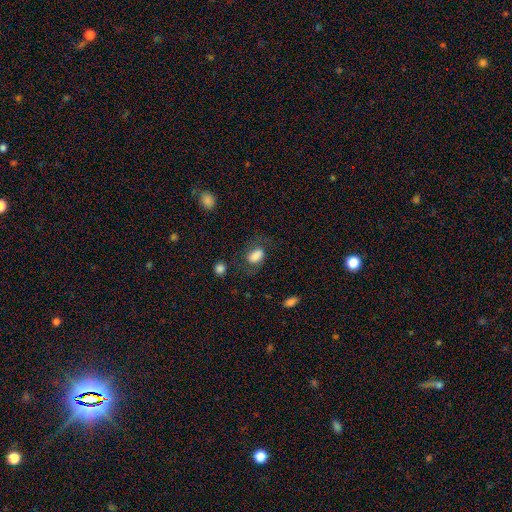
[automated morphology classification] This appears to be a smooth galaxy with no disk features (69%) that is in between round and cigar-shaped (79%). Merging: none (55%).